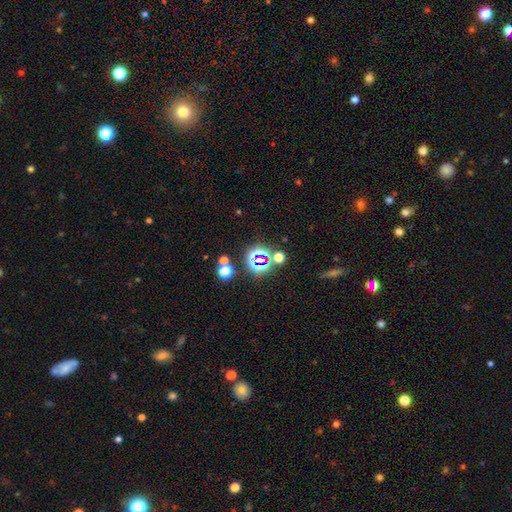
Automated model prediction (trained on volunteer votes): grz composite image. It shows a star or artifact, not a galaxy (64%).